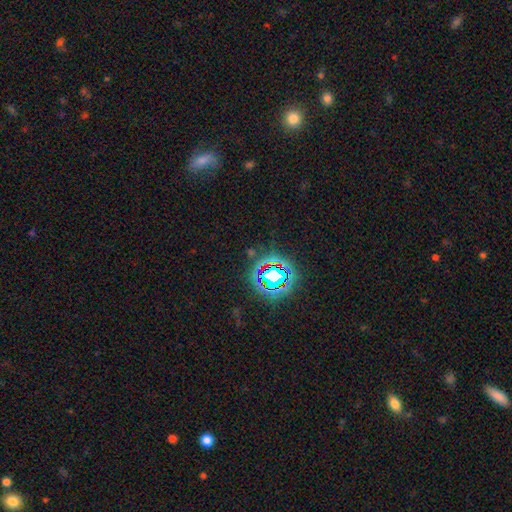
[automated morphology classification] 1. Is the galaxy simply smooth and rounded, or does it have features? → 74% star or artifact, 15% smooth, 10% featured or disk.